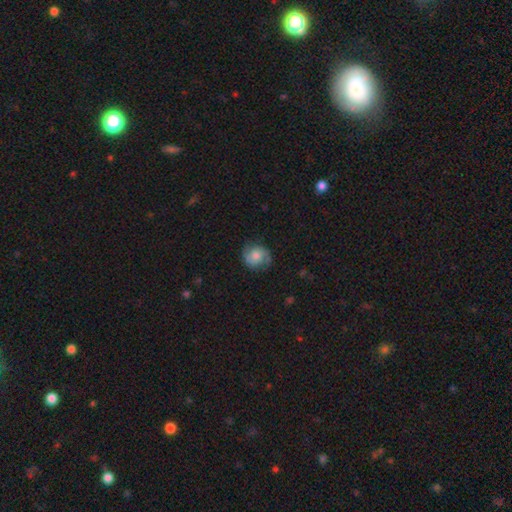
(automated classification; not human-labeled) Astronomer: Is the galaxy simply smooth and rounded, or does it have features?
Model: featured or disk — 62%.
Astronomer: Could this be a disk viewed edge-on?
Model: no — 98%.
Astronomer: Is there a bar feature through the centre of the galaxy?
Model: no — 69%.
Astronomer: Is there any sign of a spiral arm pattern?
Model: yes — 92%.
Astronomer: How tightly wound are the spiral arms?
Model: medium — 45% (runner-up: tight, 38%).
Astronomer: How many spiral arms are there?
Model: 2 — 86%.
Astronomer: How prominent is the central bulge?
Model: moderate — 54%.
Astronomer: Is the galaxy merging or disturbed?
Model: none — 78%.